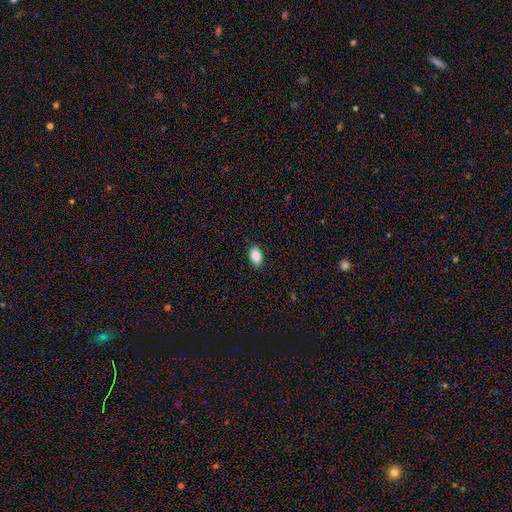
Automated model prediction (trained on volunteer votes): Smooth or featured: smooth — 85% (star or artifact — 8%)
How rounded: in between — 91% (round — 7%)
Merging: none — 88% (minor disturbance — 9%)